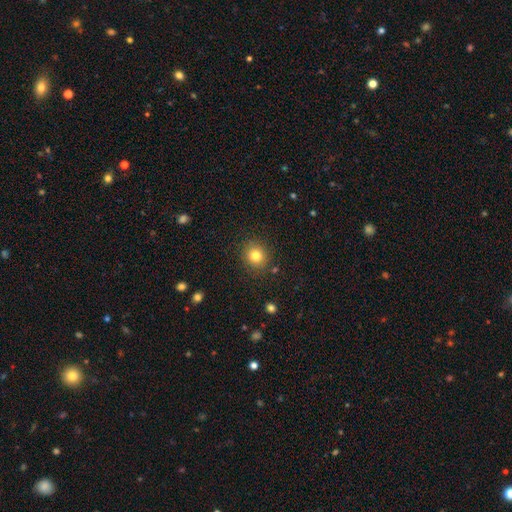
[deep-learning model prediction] smooth_or_featured: smooth (p=0.82) [alt: star or artifact p=0.12]
how_rounded: round (p=0.87) [alt: in between p=0.12]
merging: none (p=0.87) [alt: minor disturbance p=0.08]